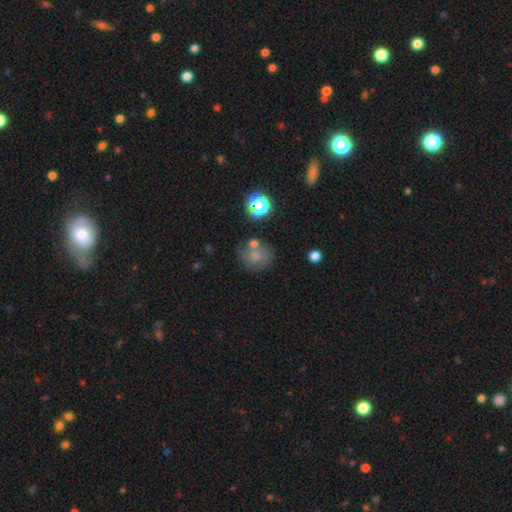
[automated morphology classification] smooth-or-featured: smooth: 71% | star or artifact: 15% | featured or disk: 14%
  how-rounded: round: 81% | in between: 18% | cigar-shaped: 1%
  merging: none: 64% | merger: 17% | minor disturbance: 14% | major disturbance: 5%